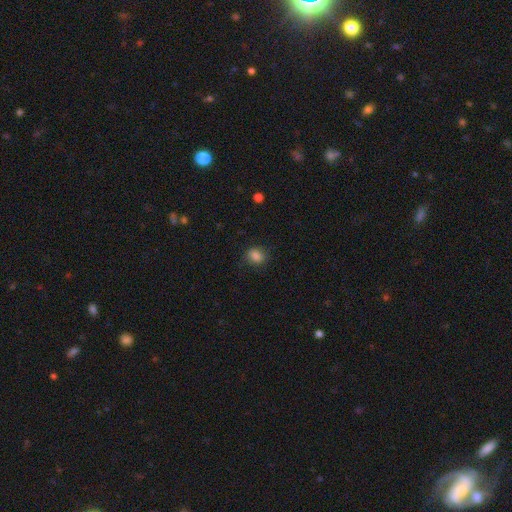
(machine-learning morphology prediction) Smooth or featured? smooth (85%)
How rounded? round (53%)
Merging? none (81%)